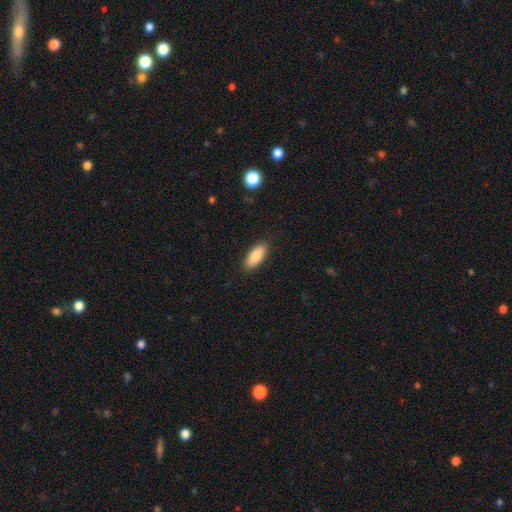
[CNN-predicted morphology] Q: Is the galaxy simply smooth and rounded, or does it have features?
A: smooth — 86%.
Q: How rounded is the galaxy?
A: in between — 84%.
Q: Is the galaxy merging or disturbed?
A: none — 87%.